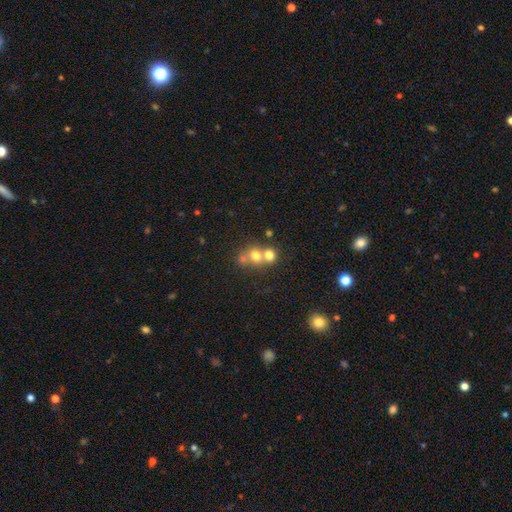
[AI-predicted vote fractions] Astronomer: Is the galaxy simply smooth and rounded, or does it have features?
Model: smooth — 68%.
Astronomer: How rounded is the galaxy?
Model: round — 72%.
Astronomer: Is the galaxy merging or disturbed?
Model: merger — 62%.